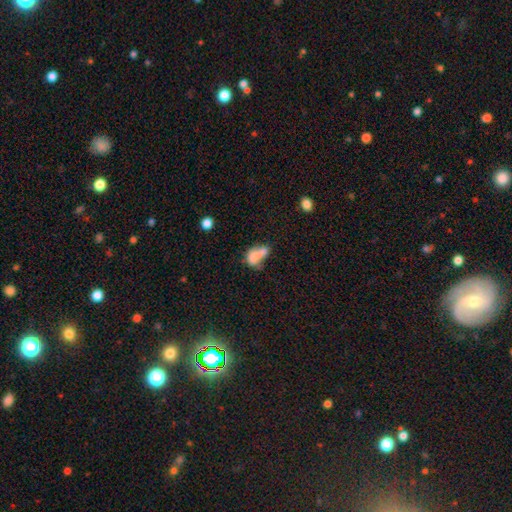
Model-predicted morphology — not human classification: type=smooth (70%); roundness=in between (80%); merging=merger (49%).